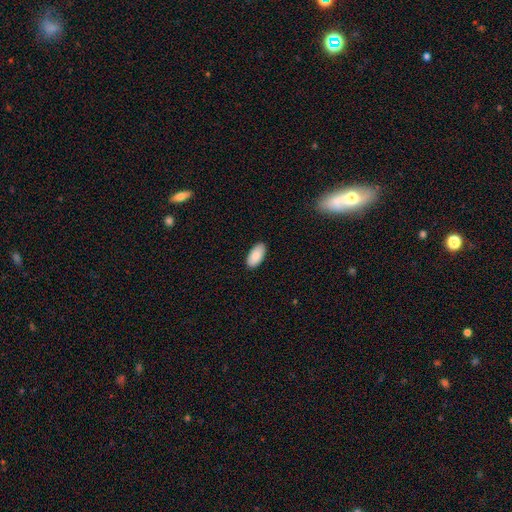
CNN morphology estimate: The model was most divided on "merging": none: 89%, minor disturbance: 8%, major disturbance: 2%, merger: 1%. More confident: how rounded — in between (94%); smooth or featured — smooth (90%).